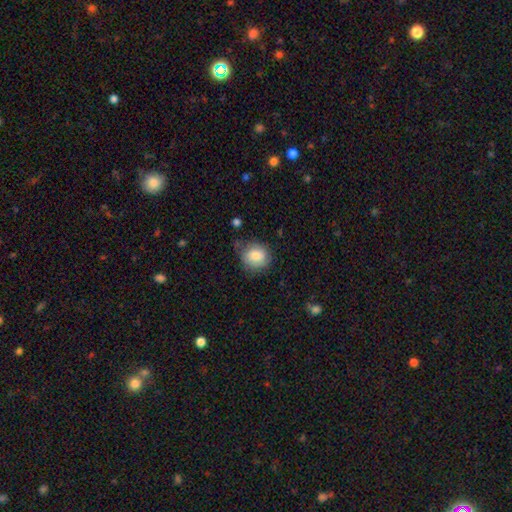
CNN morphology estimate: Q: Smooth or featured?
A: smooth (78%); runner-up: featured or disk (14%)
Q: How rounded?
A: round (79%); runner-up: in between (21%)
Q: Merging?
A: none (67%); runner-up: minor disturbance (24%)